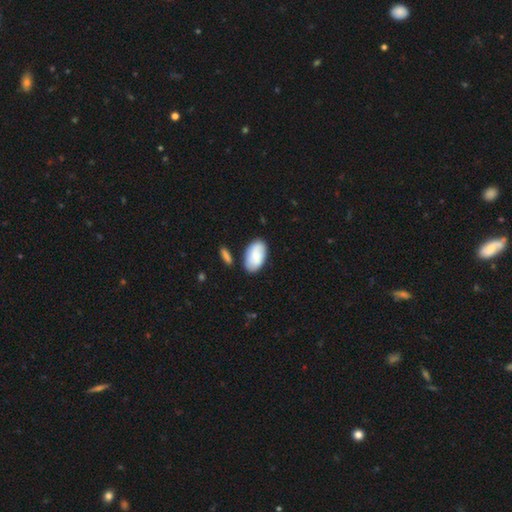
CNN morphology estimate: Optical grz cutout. It shows a smooth galaxy with no disk features (79%) that is in between round and cigar-shaped (95%). Merging: none (76%).